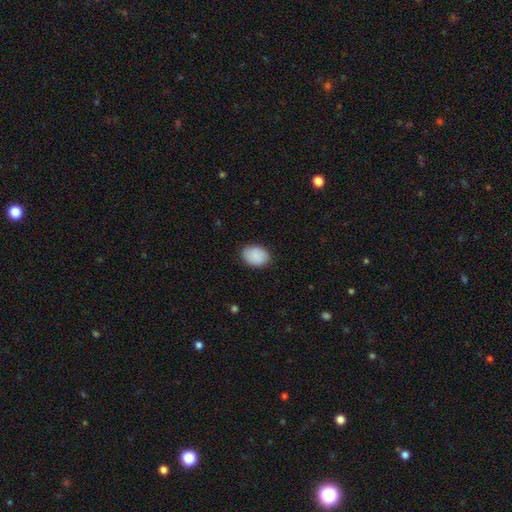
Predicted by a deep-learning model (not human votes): smooth-or-featured: smooth: 89% | star or artifact: 6% | featured or disk: 5%
  how-rounded: in between: 74% | round: 25% | cigar-shaped: 1%
  merging: none: 85% | minor disturbance: 12% | major disturbance: 2% | merger: 1%